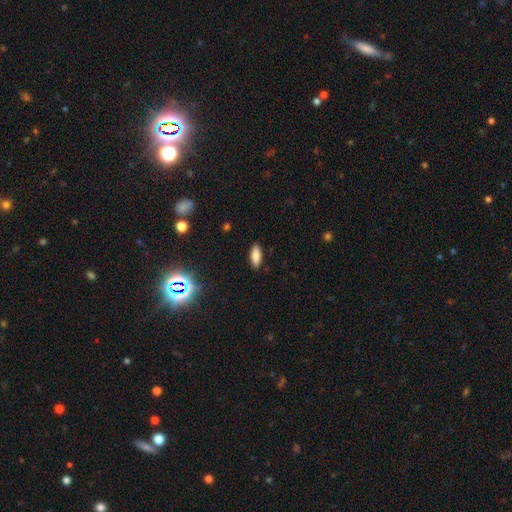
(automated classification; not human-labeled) Overall: smooth (80%). How rounded: in between (74%). Merging: none (89%).